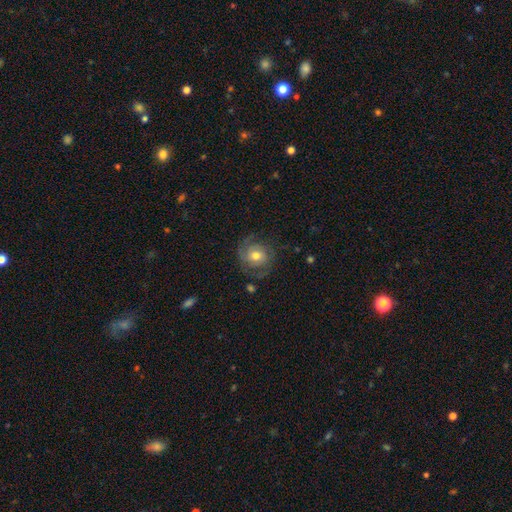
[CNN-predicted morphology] smooth-or-featured: featured or disk: 70% | smooth: 22% | star or artifact: 8%
  disk-edge-on: no: 97% | yes: 3%
    bar: no: 71% | weak: 24% | strong: 5%
    has-spiral-arms: yes: 91% | no: 9%
      spiral-winding: tight: 51% | medium: 36% | loose: 13%
      spiral-arm-count: 2: 62% | can't tell: 17% | 3: 10% | 1: 6% | 4: 3% | more than 4: 3%
    bulge-size: moderate: 71% | small: 19% | large: 7% | none: 1% | dominant: 1%
  merging: none: 73% | minor disturbance: 16% | major disturbance: 9% | merger: 1%